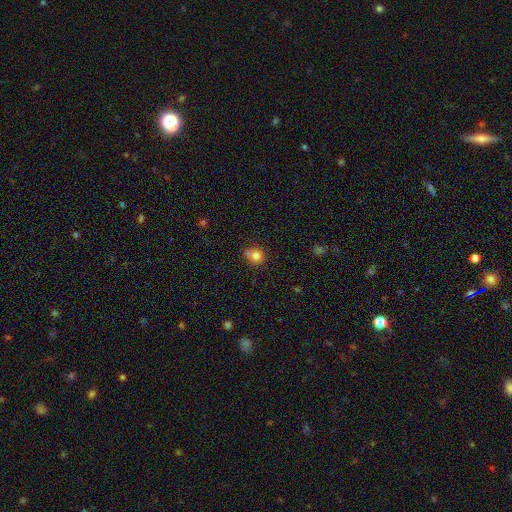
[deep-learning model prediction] A smooth galaxy with no disk features (79%) that is round (88%). Merging: none (62%).